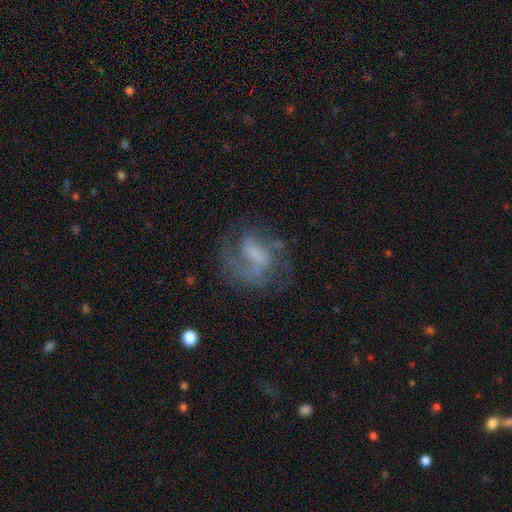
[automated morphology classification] A featured or disk galaxy (73%) with a weak bar (46%), 2 (44%) medium (46%) spiral arms (86%) and no central bulge (40%). Merging: none (57%).